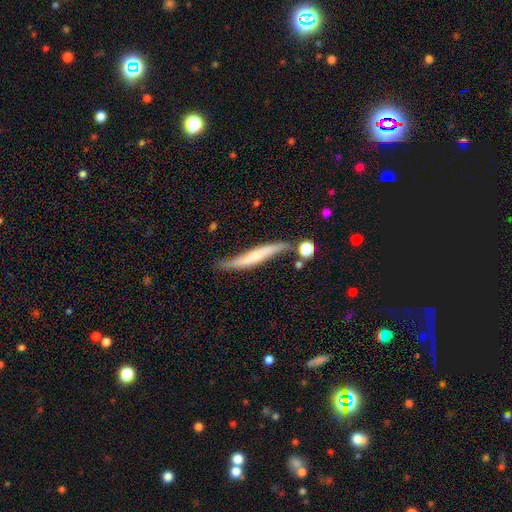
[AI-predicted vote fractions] The model was most divided on "smooth or featured": featured or disk: 55%, smooth: 39%, star or artifact: 7%. More confident: edge-on disk — yes (68%); merging — none (55%).